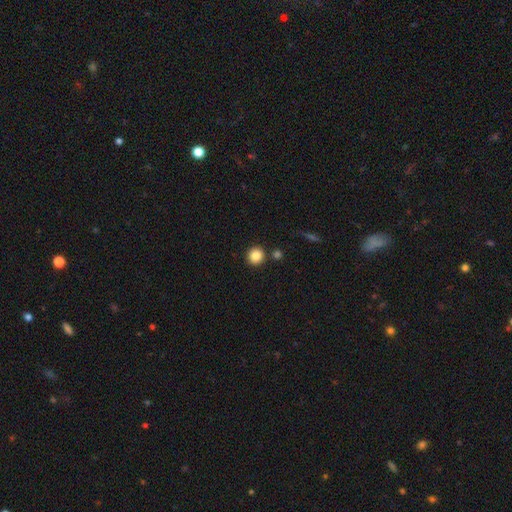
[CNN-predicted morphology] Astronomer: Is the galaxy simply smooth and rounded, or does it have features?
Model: smooth — 86%.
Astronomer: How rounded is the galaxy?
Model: round — 91%.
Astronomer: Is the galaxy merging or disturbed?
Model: none — 86%.